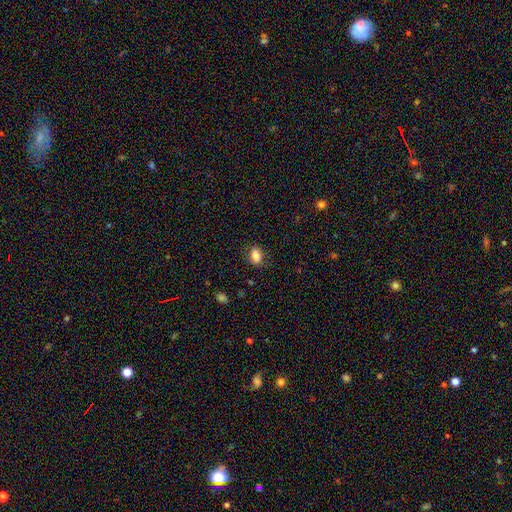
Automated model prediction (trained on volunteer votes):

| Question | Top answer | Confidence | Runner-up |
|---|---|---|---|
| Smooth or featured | smooth | 84% | star or artifact (9%) |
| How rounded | in between | 76% | round (22%) |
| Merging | none | 81% | minor disturbance (14%) |